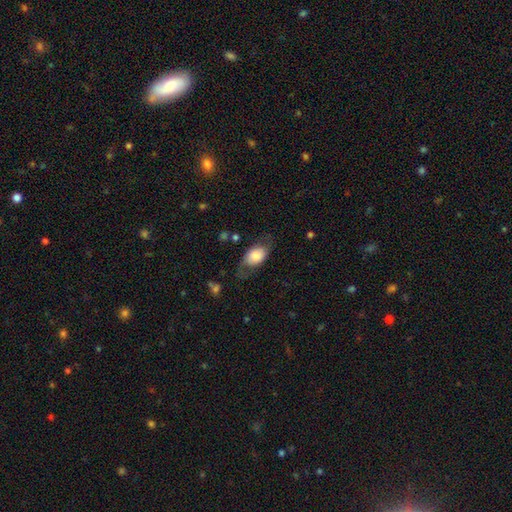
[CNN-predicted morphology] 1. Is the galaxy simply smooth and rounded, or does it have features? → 62% smooth, 31% featured or disk, 7% star or artifact.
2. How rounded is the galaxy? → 84% in between, 14% round, 2% cigar-shaped.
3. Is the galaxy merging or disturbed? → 59% none, 23% minor disturbance, 16% major disturbance, 2% merger.